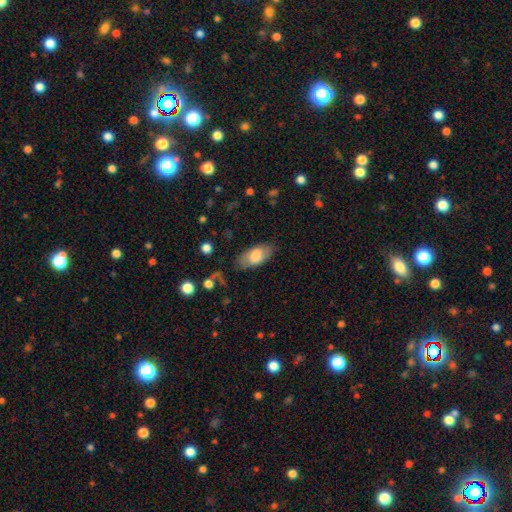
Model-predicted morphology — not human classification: Smooth or featured: smooth — 72% (featured or disk — 21%)
How rounded: in between — 91% (cigar-shaped — 6%)
Merging: none — 75% (minor disturbance — 17%)